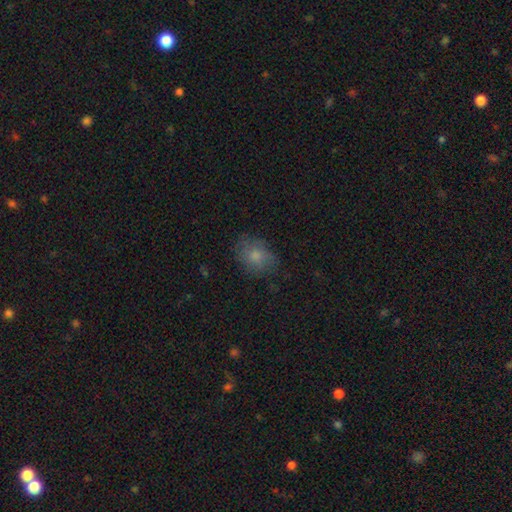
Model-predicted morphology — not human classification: Q: Smooth or featured?
A: smooth (77%); runner-up: featured or disk (13%)
Q: How rounded?
A: in between (59%); runner-up: round (39%)
Q: Merging?
A: none (70%); runner-up: minor disturbance (21%)